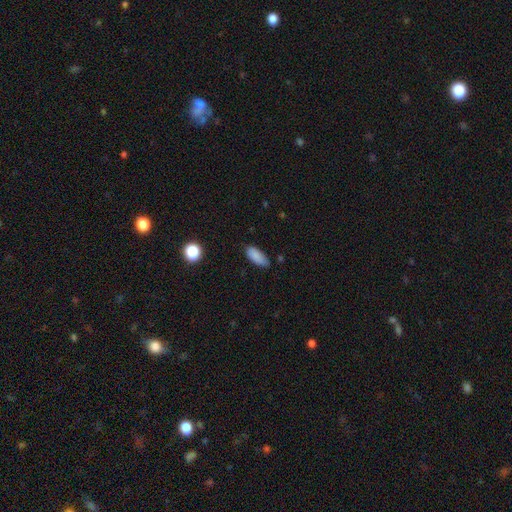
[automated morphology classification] smooth-or-featured: smooth: 87% | star or artifact: 8% | featured or disk: 5%
  how-rounded: in between: 81% | cigar-shaped: 17% | round: 2%
  merging: none: 77% | minor disturbance: 18% | major disturbance: 3% | merger: 2%